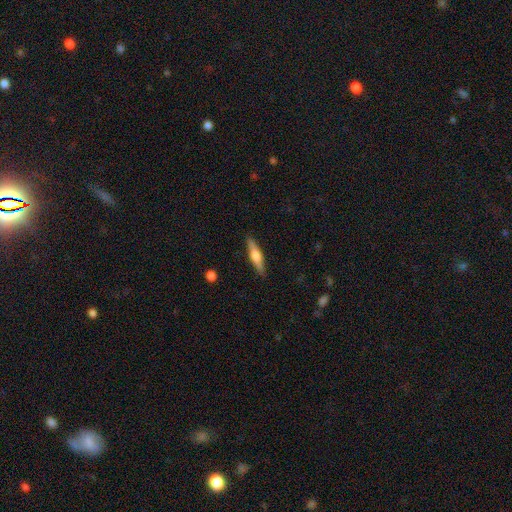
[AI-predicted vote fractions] Smooth or featured: featured or disk — 52% (smooth — 42%)
Edge-on disk: yes — 96% (no — 4%)
Merging: none — 89% (minor disturbance — 8%)